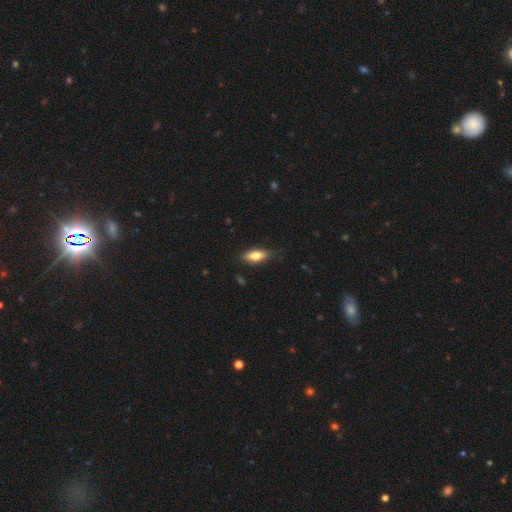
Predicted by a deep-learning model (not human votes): smooth_or_featured: smooth (p=0.74) [alt: featured or disk p=0.20]
how_rounded: in between (p=0.73) [alt: cigar-shaped p=0.24]
merging: none (p=0.82) [alt: minor disturbance p=0.14]